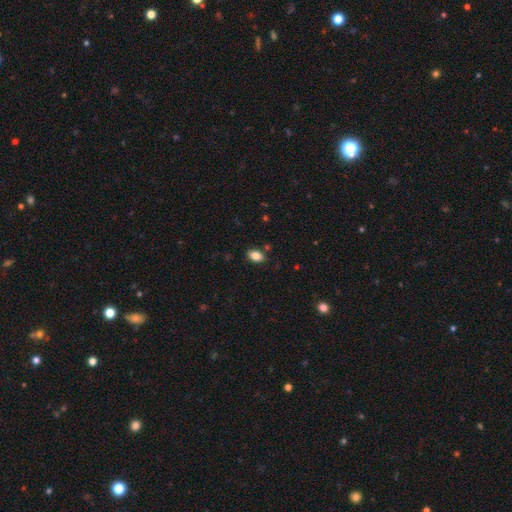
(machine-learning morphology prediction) A smooth galaxy with no disk features (83%) that is in between round and cigar-shaped (87%).

Vote fractions:
- Smooth or featured? smooth: 83% / star or artifact: 9% / featured or disk: 8%
- How rounded? in between: 87% / round: 11% / cigar-shaped: 2%
- Merging? none: 85% / minor disturbance: 10% / merger: 3% / major disturbance: 2%